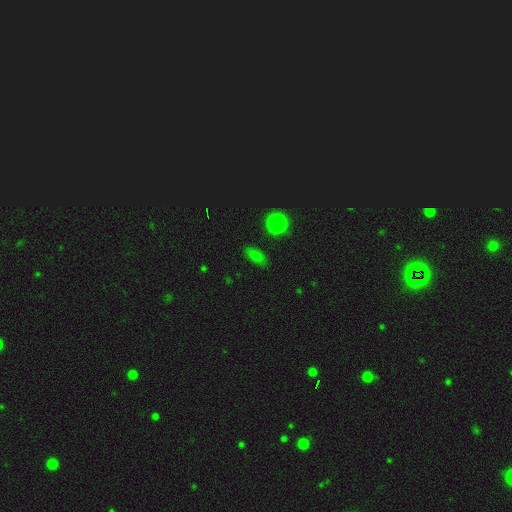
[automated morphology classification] Smooth or featured: smooth — 72% (star or artifact — 19%)
How rounded: in between — 76% (cigar-shaped — 12%)
Merging: none — 84% (minor disturbance — 11%)